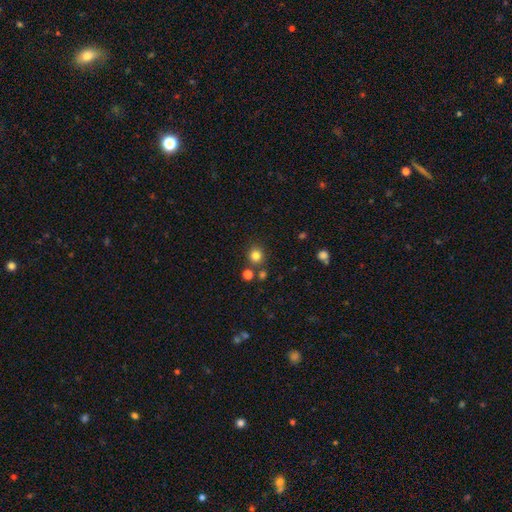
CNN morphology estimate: Smooth or featured? smooth (81%)
How rounded? round (88%)
Merging? none (78%)